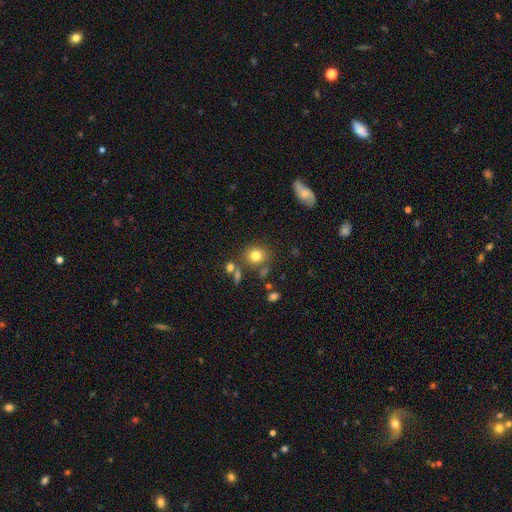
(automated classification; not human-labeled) This is likely a smooth galaxy (79%). How rounded: clearly round (80%). Merging: likely none (74%).